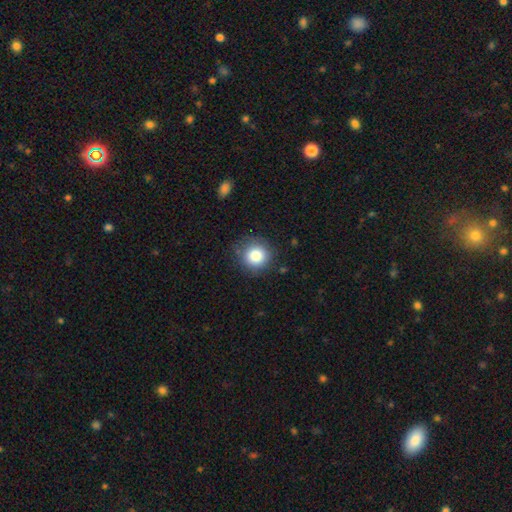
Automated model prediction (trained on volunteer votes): Smooth or featured?
  - smooth: 83% *
  - star or artifact: 10%
  - featured or disk: 7%
How rounded?
  - round: 92% *
  - in between: 7%
  - cigar-shaped: 1%
Merging?
  - none: 84% *
  - minor disturbance: 11%
  - major disturbance: 3%
  - merger: 2%